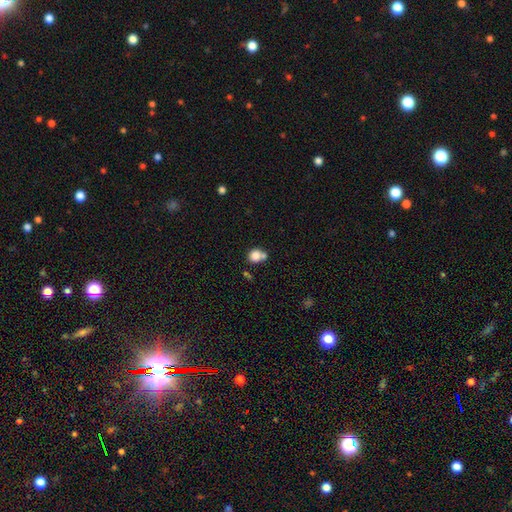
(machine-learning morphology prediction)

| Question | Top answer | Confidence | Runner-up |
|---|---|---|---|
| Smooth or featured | smooth | 81% | star or artifact (10%) |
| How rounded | round | 77% | in between (22%) |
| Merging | none | 48% | merger (37%) |